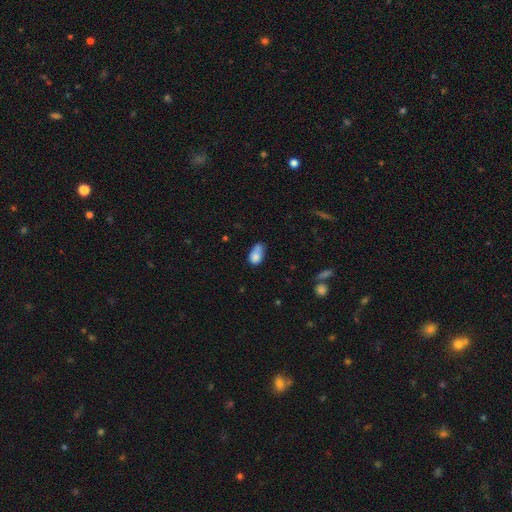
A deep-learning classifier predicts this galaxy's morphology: smooth 78%, featured or disk 13%, star or artifact 9%. Down the decision tree: how rounded — in between (84%); merging — minor disturbance (32%).